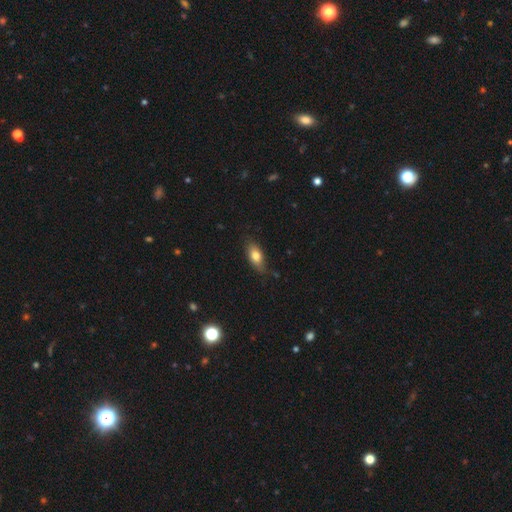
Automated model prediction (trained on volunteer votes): This is likely a smooth galaxy (77%). How rounded: clearly in between (84%). Merging: likely none (75%).